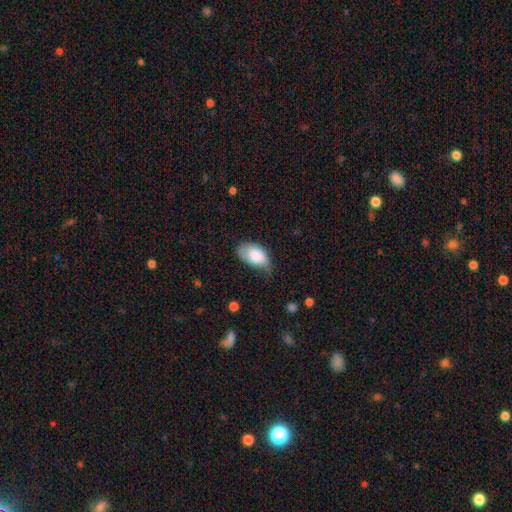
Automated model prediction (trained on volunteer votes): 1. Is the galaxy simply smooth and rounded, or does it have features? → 81% smooth, 13% featured or disk, 6% star or artifact.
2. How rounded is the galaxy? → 94% in between, 4% round, 2% cigar-shaped.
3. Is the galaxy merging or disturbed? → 43% minor disturbance (tied), 43% none (tied), 13% major disturbance, 2% merger.